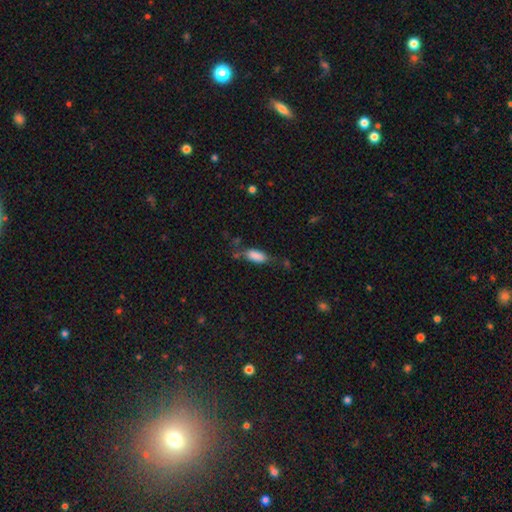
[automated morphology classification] smooth_or_featured: smooth (p=0.81) [alt: featured or disk p=0.11]
how_rounded: in between (p=0.80) [alt: cigar-shaped p=0.18]
merging: none (p=0.46) [alt: minor disturbance p=0.31]